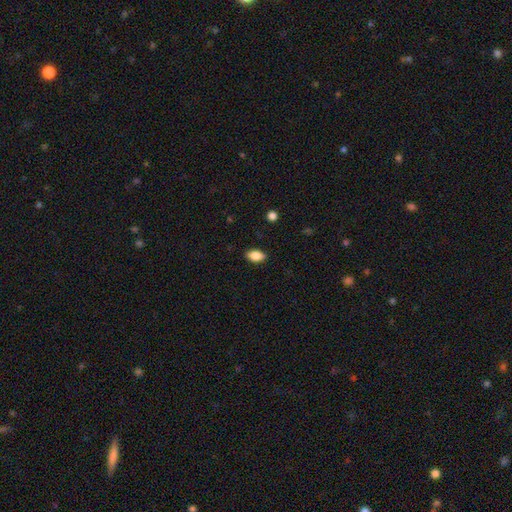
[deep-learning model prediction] Smooth or featured? smooth (86%)
How rounded? in between (91%)
Merging? none (87%)